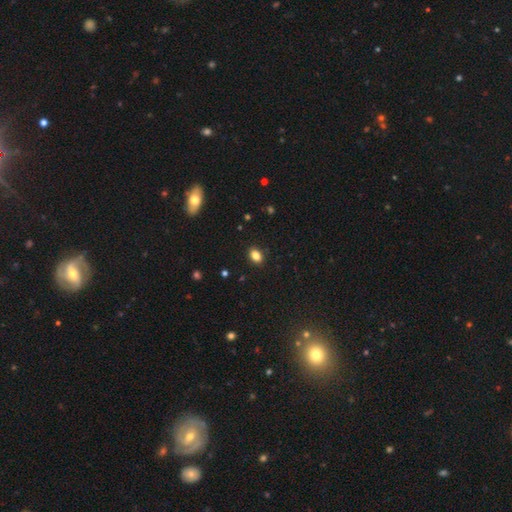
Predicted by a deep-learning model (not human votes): This is clearly a smooth galaxy (84%). How rounded: likely in between (77%). Merging: clearly none (89%).